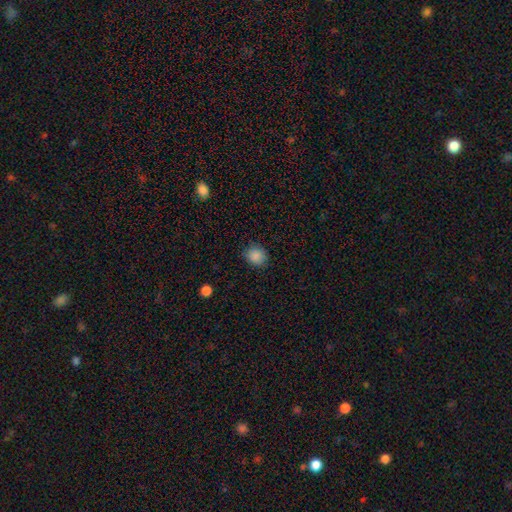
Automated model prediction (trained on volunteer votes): Smooth or featured: smooth — 87% (star or artifact — 10%)
How rounded: round — 82% (in between — 17%)
Merging: none — 86% (minor disturbance — 10%)